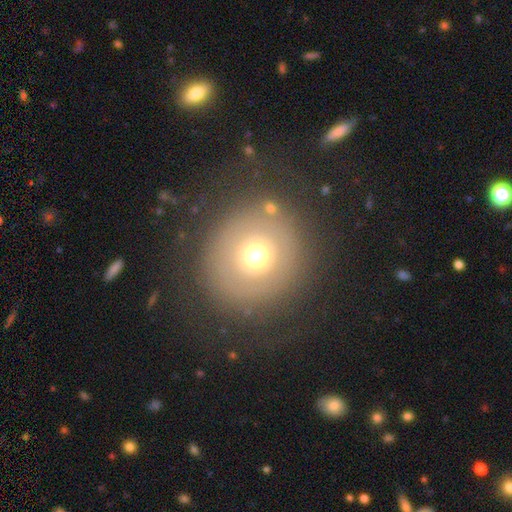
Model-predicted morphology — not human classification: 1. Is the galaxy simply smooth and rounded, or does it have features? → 60% smooth, 26% featured or disk, 14% star or artifact.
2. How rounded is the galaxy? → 90% round, 9% in between, 1% cigar-shaped.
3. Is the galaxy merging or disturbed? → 78% none, 11% minor disturbance, 9% major disturbance, 3% merger.